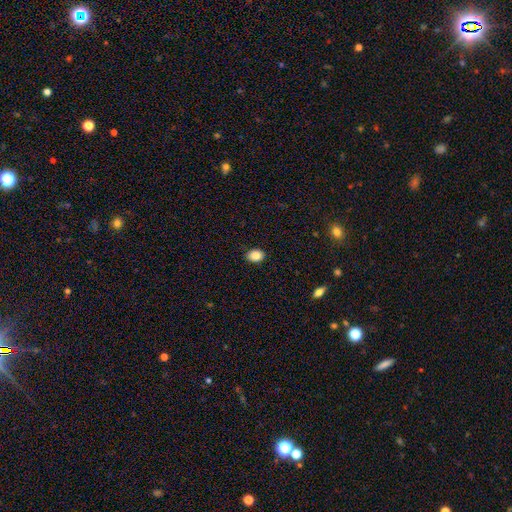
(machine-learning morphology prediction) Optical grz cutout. It shows a smooth galaxy with no disk features (87%) that is in between round and cigar-shaped (75%). Merging: none (89%).